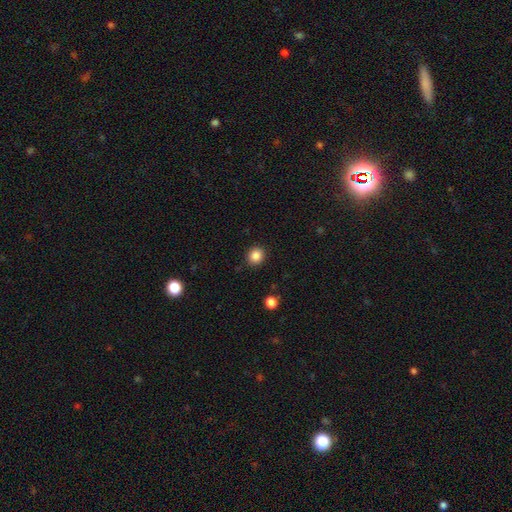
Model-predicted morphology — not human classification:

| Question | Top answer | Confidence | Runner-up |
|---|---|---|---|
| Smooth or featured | smooth | 86% | star or artifact (10%) |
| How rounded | round | 85% | in between (14%) |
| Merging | none | 90% | minor disturbance (7%) |